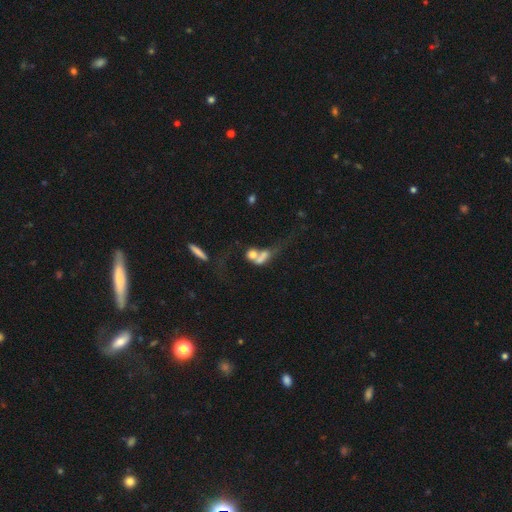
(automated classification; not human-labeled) smooth-or-featured: smooth: 54% | featured or disk: 33% | star or artifact: 13%
  how-rounded: in between: 48% | round: 40% | cigar-shaped: 13%
  merging: merger: 61% | major disturbance: 17% | none: 15% | minor disturbance: 7%